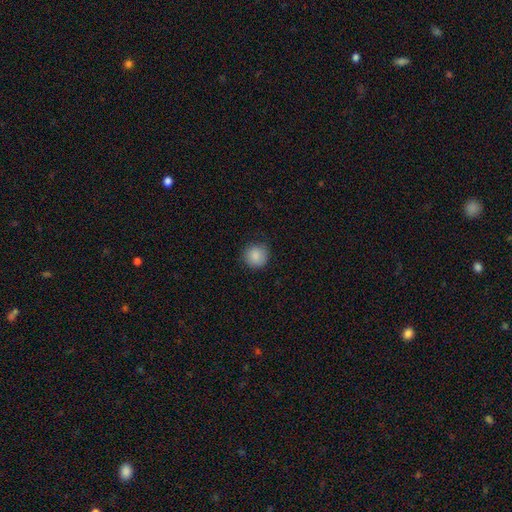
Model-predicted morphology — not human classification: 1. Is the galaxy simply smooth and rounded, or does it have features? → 87% smooth, 8% star or artifact, 4% featured or disk.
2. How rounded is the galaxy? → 92% round, 7% in between, 1% cigar-shaped.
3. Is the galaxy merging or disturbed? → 84% none, 12% minor disturbance, 3% major disturbance, 1% merger.